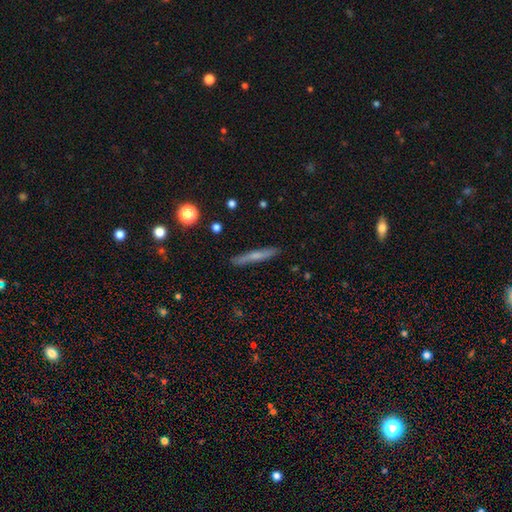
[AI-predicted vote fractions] smooth_or_featured: smooth (p=0.54) [alt: featured or disk p=0.39]
how_rounded: cigar-shaped (p=0.94) [alt: in between p=0.04]
merging: none (p=0.89) [alt: minor disturbance p=0.08]